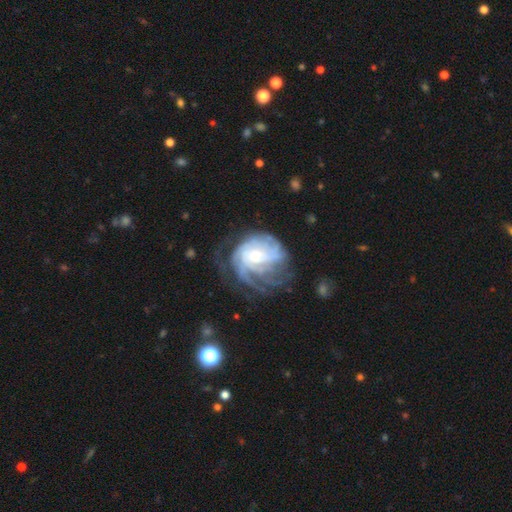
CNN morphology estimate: A featured or disk galaxy (81%) with no bar (68%), tight (58%) spiral arms (92%) and a small central bulge (47%). Merging: none (46%).